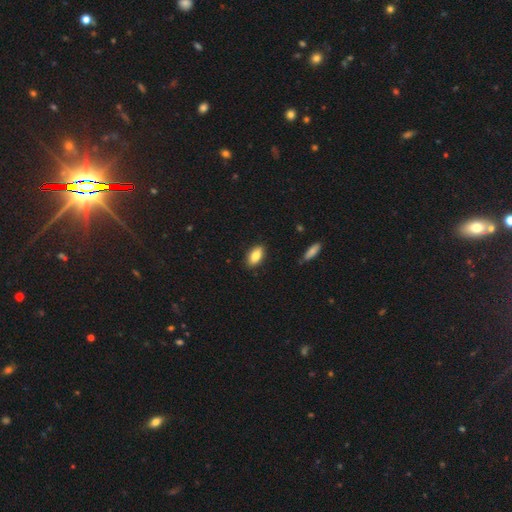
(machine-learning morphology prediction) Smooth or featured?
  - smooth: 84% *
  - featured or disk: 9%
  - star or artifact: 7%
How rounded?
  - in between: 91% *
  - cigar-shaped: 5%
  - round: 4%
Merging?
  - none: 87% *
  - minor disturbance: 10%
  - major disturbance: 2%
  - merger: 1%